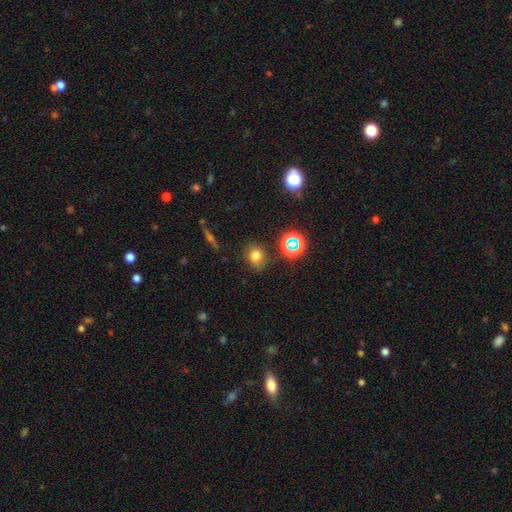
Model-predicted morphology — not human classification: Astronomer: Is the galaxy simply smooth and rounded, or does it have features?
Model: smooth — 71%.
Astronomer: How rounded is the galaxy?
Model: round — 63%.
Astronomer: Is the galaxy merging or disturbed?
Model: none — 80%.